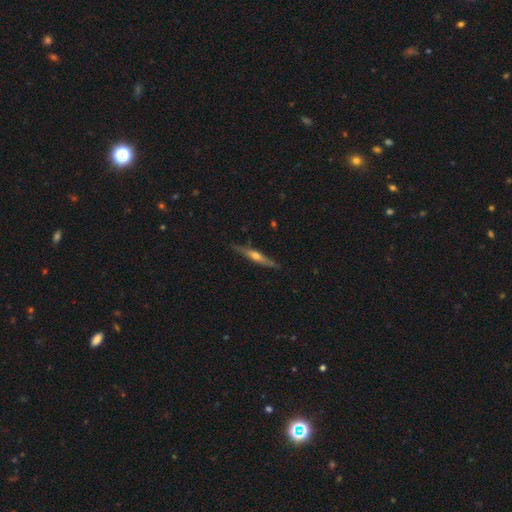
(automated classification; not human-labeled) smooth-or-featured: featured or disk: 68% | smooth: 26% | star or artifact: 6%
  disk-edge-on: yes: 96% | no: 4%
    edge-on-bulge: rounded: 85% | none: 9% | boxy: 6%
  merging: none: 85% | minor disturbance: 11% | major disturbance: 2% | merger: 1%